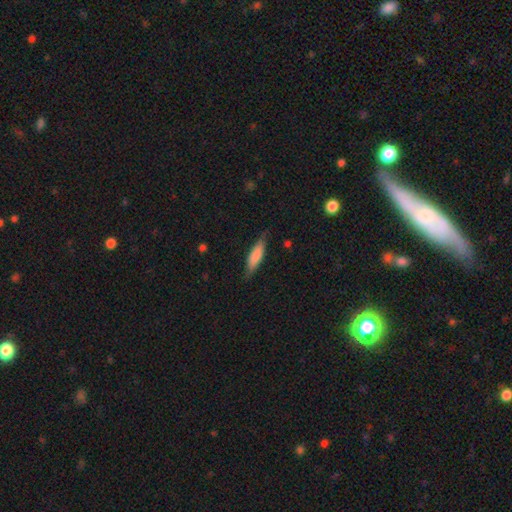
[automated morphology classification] Overall: smooth (74%). How rounded: cigar-shaped (65%; in between 33%). Merging: none (76%).